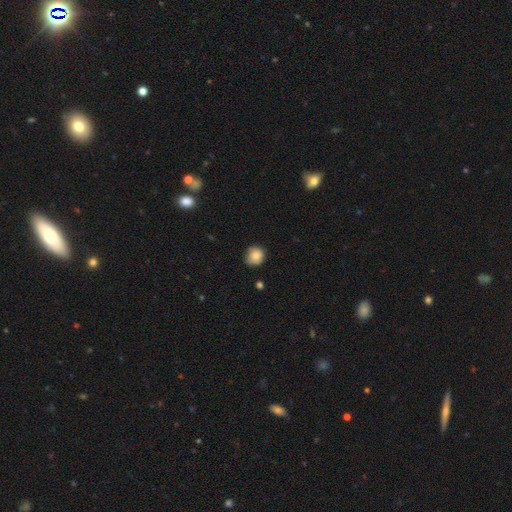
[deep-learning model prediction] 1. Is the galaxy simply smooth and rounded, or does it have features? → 83% smooth, 9% featured or disk, 9% star or artifact.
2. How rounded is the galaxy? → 81% round, 18% in between, 1% cigar-shaped.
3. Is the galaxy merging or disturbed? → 69% none, 25% minor disturbance, 4% major disturbance, 2% merger.